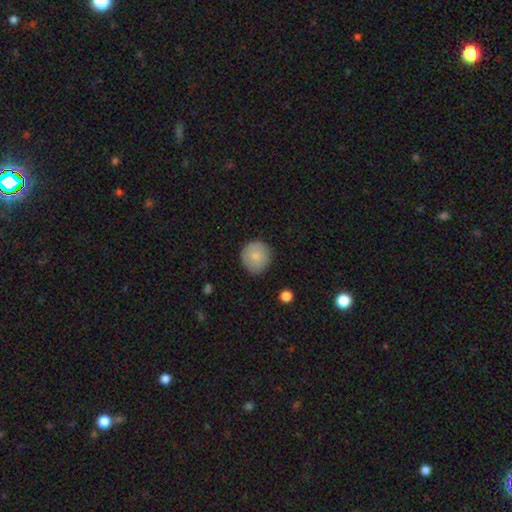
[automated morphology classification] smooth 82%, featured or disk 11%, star or artifact 7%. Down the decision tree: how rounded — round (93%); merging — none (86%).